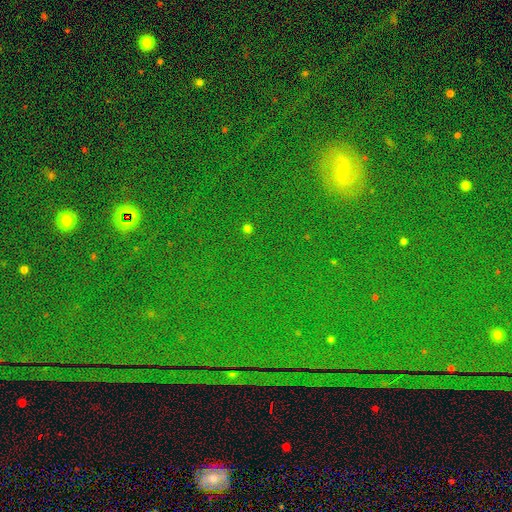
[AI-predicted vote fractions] A star or artifact, not a galaxy (68%).

Vote fractions:
- Smooth or featured? star or artifact: 68% / smooth: 23% / featured or disk: 9%